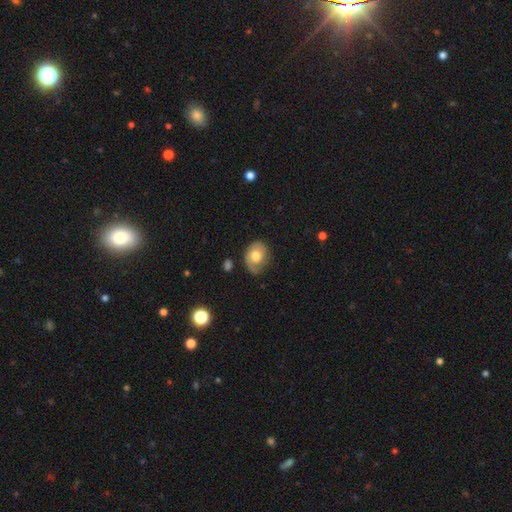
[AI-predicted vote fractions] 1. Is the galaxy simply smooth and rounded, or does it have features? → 47% smooth, 46% featured or disk, 7% star or artifact.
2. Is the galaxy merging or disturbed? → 62% none, 25% minor disturbance, 11% major disturbance, 2% merger.